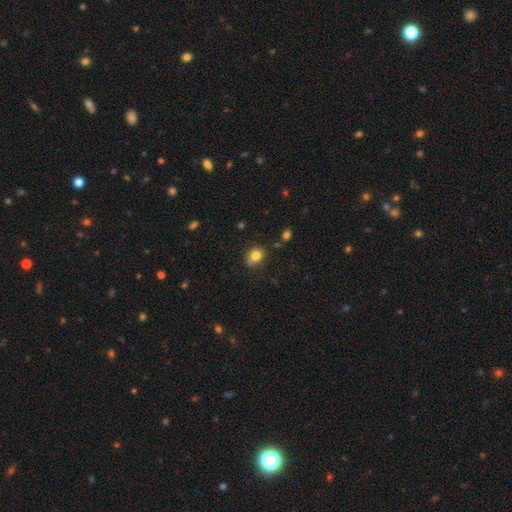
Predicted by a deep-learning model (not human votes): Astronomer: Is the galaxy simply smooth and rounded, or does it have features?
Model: smooth — 79%.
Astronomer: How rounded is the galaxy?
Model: in between — 55% (runner-up: round, 43%).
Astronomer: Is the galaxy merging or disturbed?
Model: none — 64%.